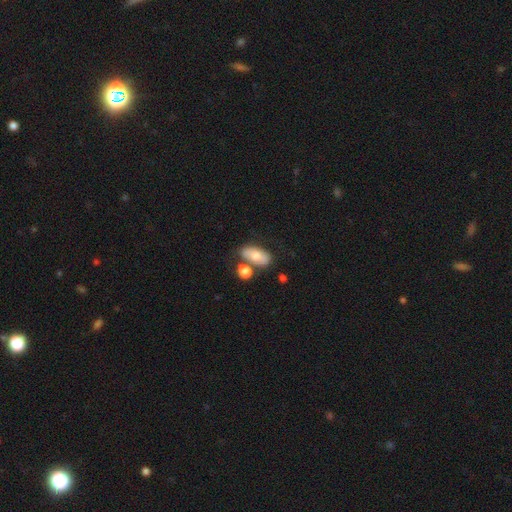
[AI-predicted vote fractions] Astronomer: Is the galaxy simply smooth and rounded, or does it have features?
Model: smooth — 67%.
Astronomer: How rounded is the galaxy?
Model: in between — 90%.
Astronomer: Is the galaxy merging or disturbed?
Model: none — 55%.